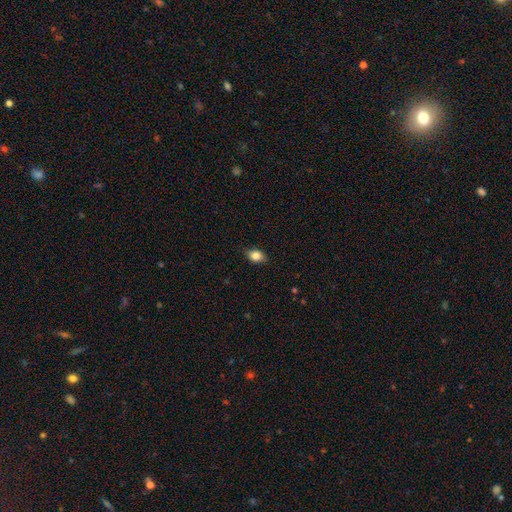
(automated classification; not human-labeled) smooth_or_featured: smooth (p=0.83) [alt: featured or disk p=0.09]
how_rounded: in between (p=0.73) [alt: round p=0.25]
merging: none (p=0.82) [alt: minor disturbance p=0.14]